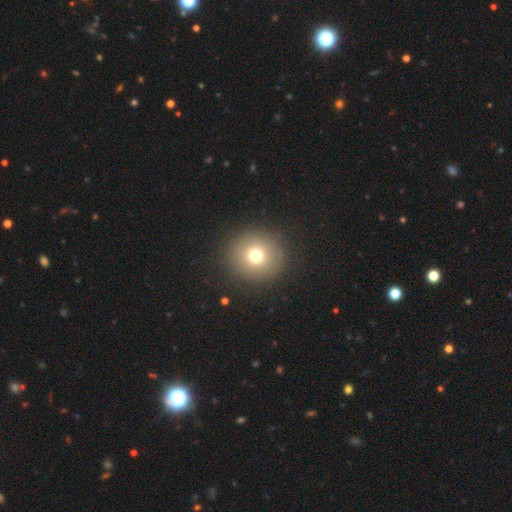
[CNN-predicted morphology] Overall: smooth (74%). How rounded: round (94%). Merging: none (90%).